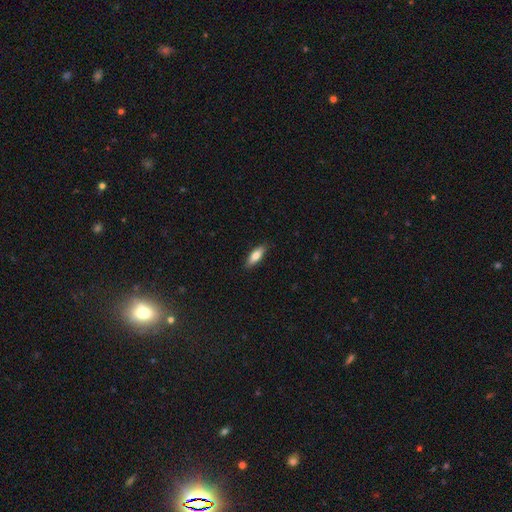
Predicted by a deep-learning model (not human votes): Morphology: type=smooth (76%); roundness=in between (59%); merging=none (87%).